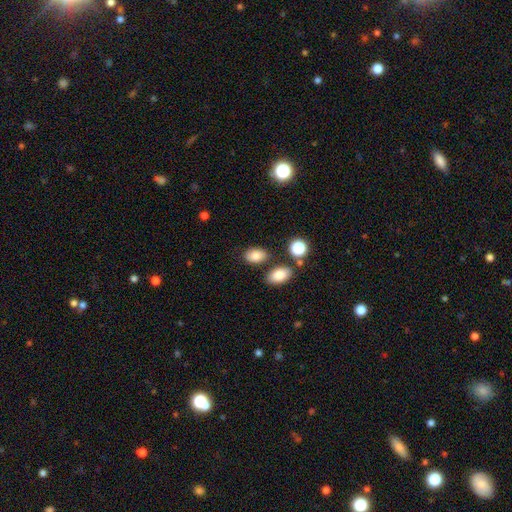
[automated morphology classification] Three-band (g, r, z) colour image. It shows a smooth galaxy with no disk features (82%) that is in between round and cigar-shaped (85%). Merging: none (76%).